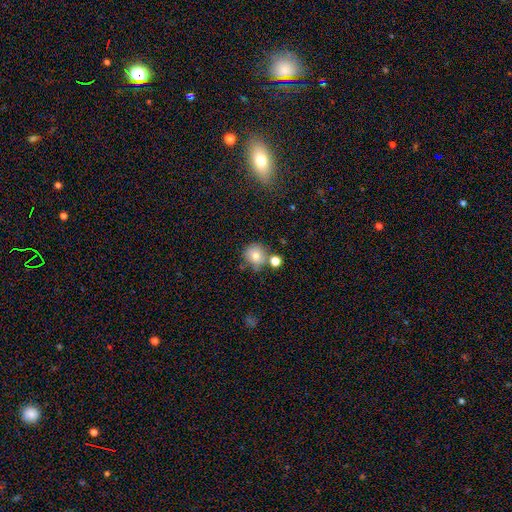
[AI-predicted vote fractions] Smooth or featured? smooth (75%)
How rounded? round (89%)
Merging? none (64%)